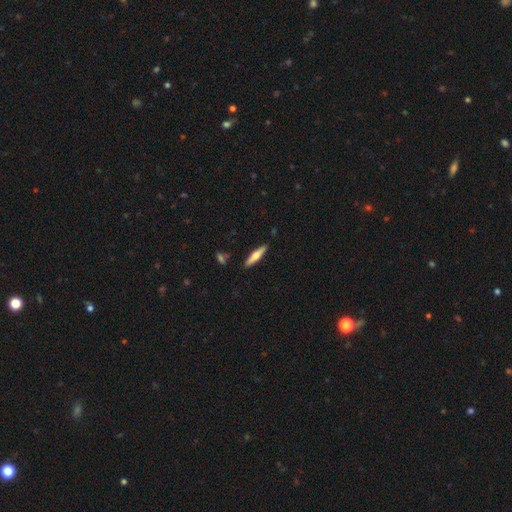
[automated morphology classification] This appears to be a smooth galaxy with no disk features (56%) that is cigar-shaped (82%). Merging: none (88%).